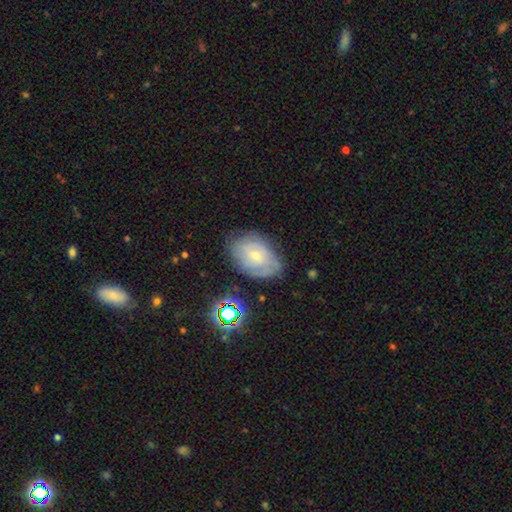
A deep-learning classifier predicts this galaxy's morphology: Smooth or featured: featured or disk — 54% (smooth — 35%)
Edge-on disk: no — 95% (yes — 5%)
Bar: no — 68% (weak — 27%)
Spiral arms: yes — 77% (no — 23%)
Bulge size: small — 70% (moderate — 26%)
Merging: none — 67% (minor disturbance — 23%)